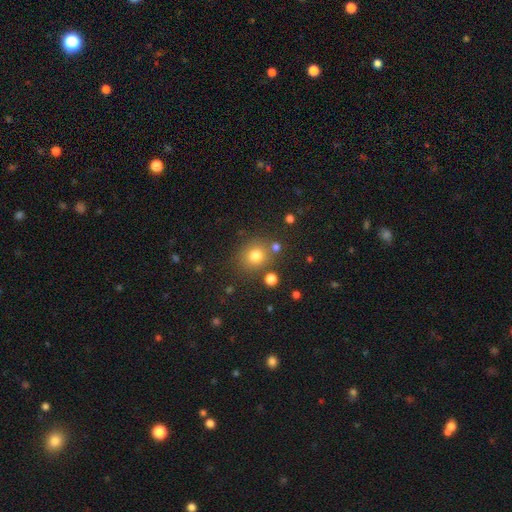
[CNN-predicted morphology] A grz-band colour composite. It shows a smooth galaxy with no disk features (77%) that is round (82%). Merging: none (79%).